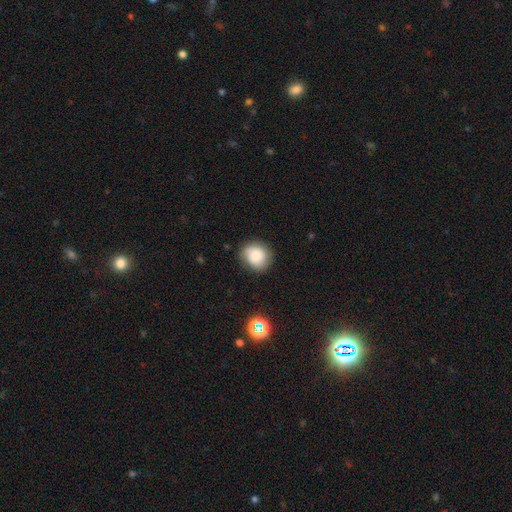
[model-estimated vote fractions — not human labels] A smooth galaxy with no disk features (80%) that is round (80%).

Vote fractions:
- Smooth or featured? smooth: 80% / featured or disk: 11% / star or artifact: 9%
- How rounded? round: 80% / in between: 19% / cigar-shaped: 1%
- Merging? none: 82% / minor disturbance: 14% / major disturbance: 3% / merger: 1%